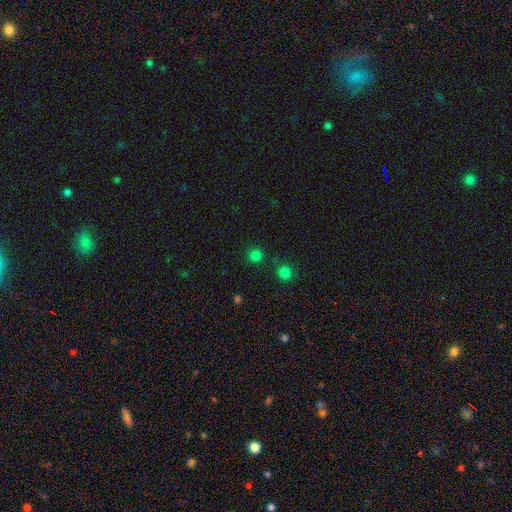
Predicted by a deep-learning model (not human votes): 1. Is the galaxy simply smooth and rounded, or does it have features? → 75% smooth, 21% star or artifact, 4% featured or disk.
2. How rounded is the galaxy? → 89% round, 10% in between, 1% cigar-shaped.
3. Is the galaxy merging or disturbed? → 82% none, 8% minor disturbance, 7% merger, 3% major disturbance.